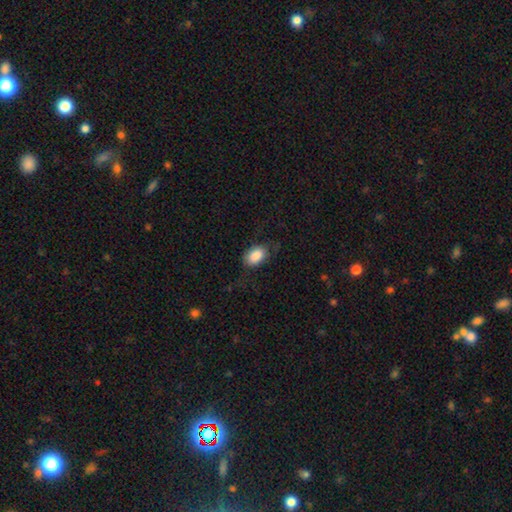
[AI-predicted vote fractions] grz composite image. It shows a smooth galaxy with no disk features (85%) that is in between round and cigar-shaped (88%). Merging: none (67%).